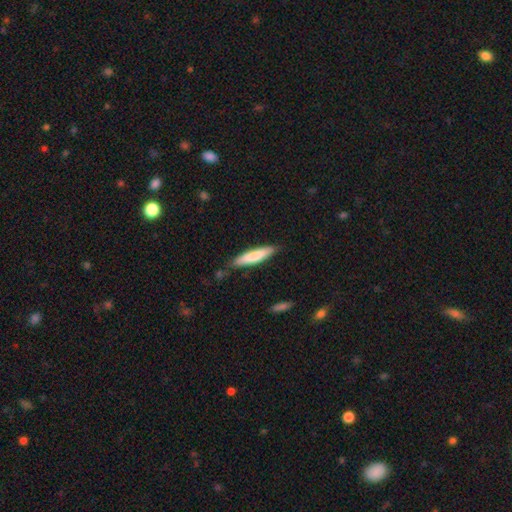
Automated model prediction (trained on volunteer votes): The model was most divided on "merging": none: 78%, minor disturbance: 16%, major disturbance: 3%, merger: 2%. More confident: how rounded — cigar-shaped (84%); smooth or featured — smooth (79%).